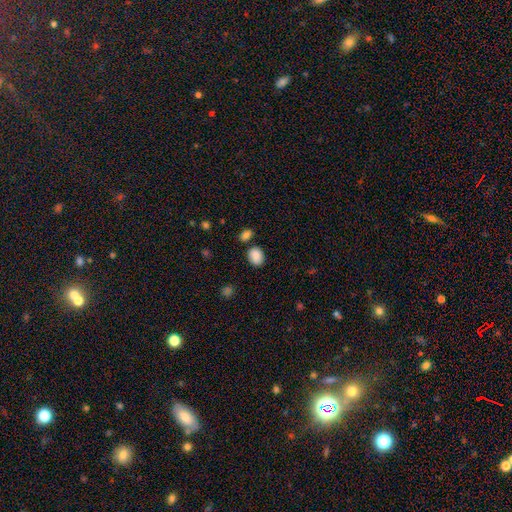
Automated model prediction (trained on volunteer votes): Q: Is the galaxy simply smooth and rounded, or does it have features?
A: smooth — 87%.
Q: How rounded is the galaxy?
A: in between — 54%.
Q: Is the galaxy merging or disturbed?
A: none — 74%.